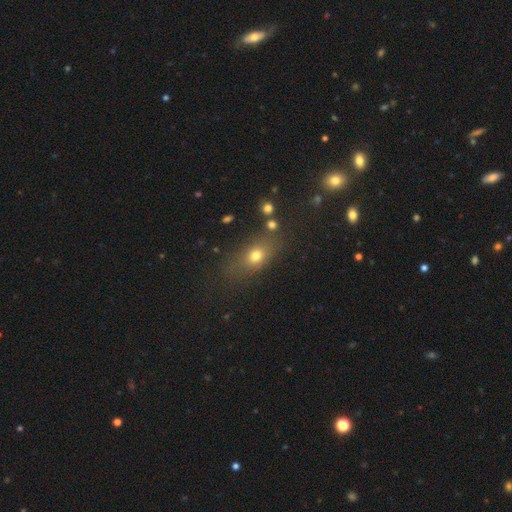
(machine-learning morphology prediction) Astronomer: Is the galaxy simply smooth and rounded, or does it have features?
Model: smooth — 70%.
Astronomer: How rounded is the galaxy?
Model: in between — 69%.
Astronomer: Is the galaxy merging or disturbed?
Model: none — 71%.